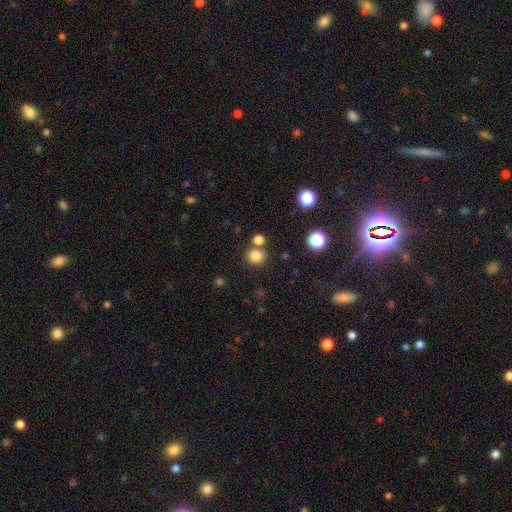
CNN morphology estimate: type=smooth (81%); roundness=round (86%); merging=none (74%).